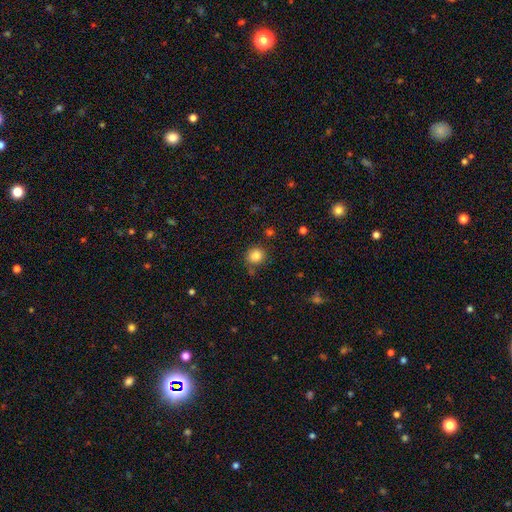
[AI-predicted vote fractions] smooth-or-featured: smooth: 84% | star or artifact: 11% | featured or disk: 5%
  how-rounded: round: 85% | in between: 14% | cigar-shaped: 1%
  merging: none: 78% | minor disturbance: 13% | merger: 5% | major disturbance: 4%